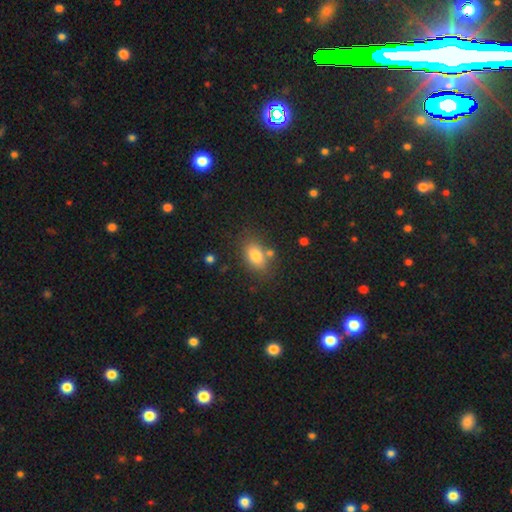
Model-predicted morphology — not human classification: Q: Smooth or featured?
A: smooth (80%); runner-up: featured or disk (11%)
Q: How rounded?
A: in between (83%); runner-up: round (15%)
Q: Merging?
A: none (72%); runner-up: minor disturbance (14%)